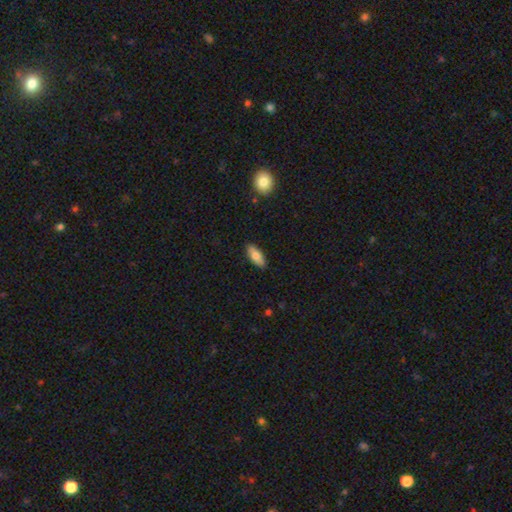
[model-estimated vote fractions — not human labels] Smooth or featured?
  - smooth: 77% *
  - featured or disk: 17%
  - star or artifact: 6%
How rounded?
  - in between: 75% *
  - cigar-shaped: 23%
  - round: 2%
Merging?
  - none: 88% *
  - minor disturbance: 9%
  - major disturbance: 2%
  - merger: 1%